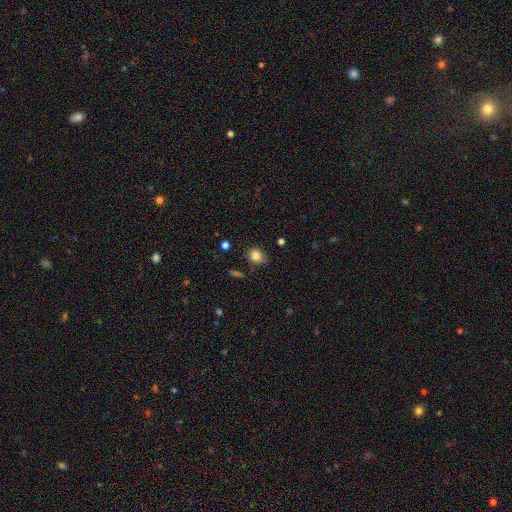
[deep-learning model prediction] smooth 83%, star or artifact 10%, featured or disk 7%. Down the decision tree: how rounded — round (57%); merging — none (72%).